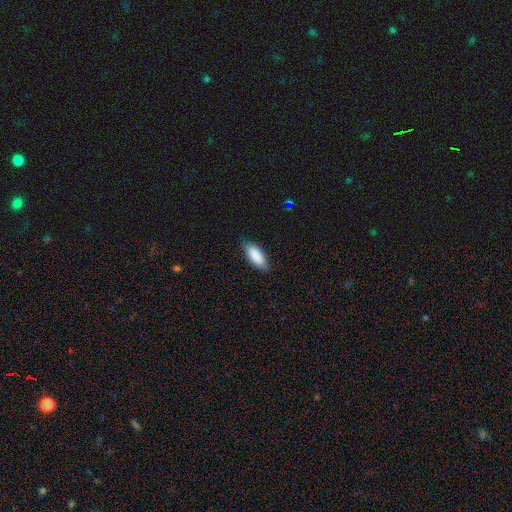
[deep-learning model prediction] Morphology: type=smooth (89%); roundness=in between (83%); merging=none (83%).